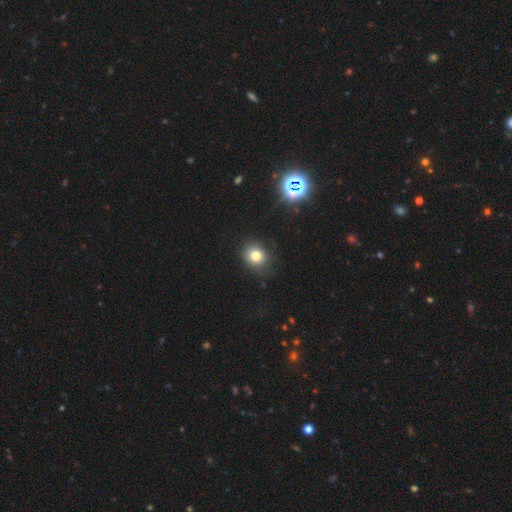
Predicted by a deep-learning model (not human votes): Smooth or featured?
  - smooth: 75% *
  - star or artifact: 15%
  - featured or disk: 10%
How rounded?
  - round: 70% *
  - in between: 29%
  - cigar-shaped: 1%
Merging?
  - none: 77% *
  - minor disturbance: 16%
  - major disturbance: 5%
  - merger: 2%